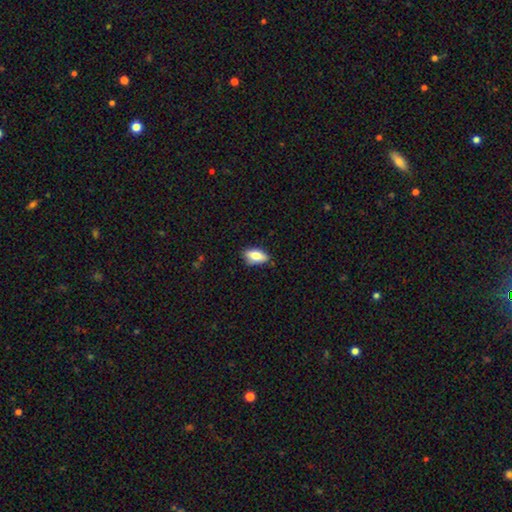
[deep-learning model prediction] Overall: smooth (77%). How rounded: in between (88%). Merging: none (79%).